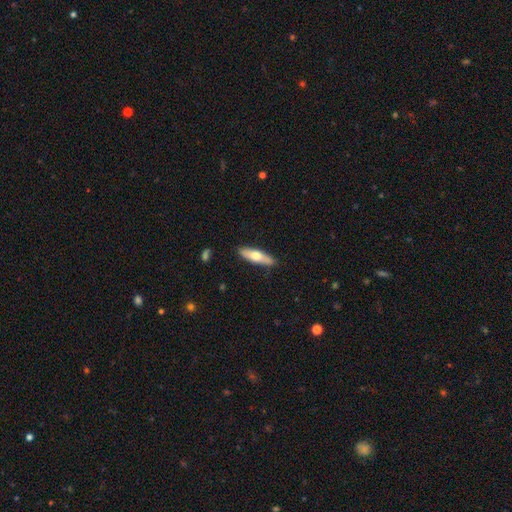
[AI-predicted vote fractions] The model was most divided on "smooth or featured": smooth: 59%, featured or disk: 36%, star or artifact: 5%. More confident: merging — none (86%); how rounded — cigar-shaped (61%).